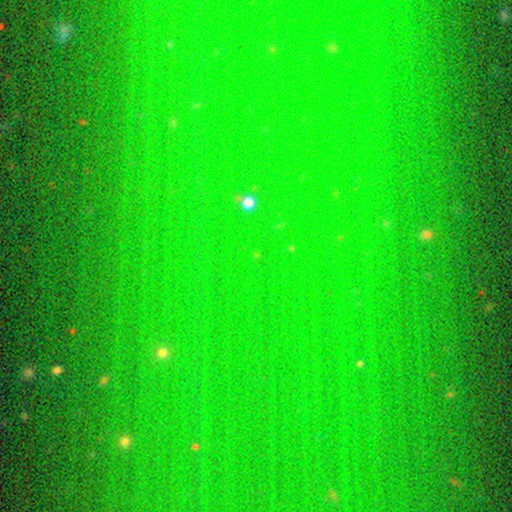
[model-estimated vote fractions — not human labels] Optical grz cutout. It shows a star or artifact, not a galaxy (81%).